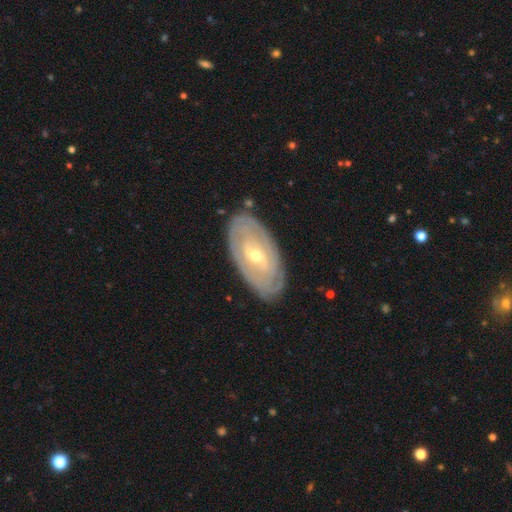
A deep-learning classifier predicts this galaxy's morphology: A featured or disk galaxy (78%) with a weak bar (46%), tight (81%) spiral arms (77%) and a moderate central bulge (49%).

Vote fractions:
- Smooth or featured? featured or disk: 78% / smooth: 17% / star or artifact: 5%
- Edge-on disk? no: 91% / yes: 9%
- Bar? weak: 46% / no: 33% / strong: 21%
- Spiral arms? yes: 77% / no: 23%
- Spiral winding? tight: 81% / medium: 14% / loose: 5%
- Spiral arm count? can't tell: 57% / 2: 21% / 3: 8% / 4: 6% / more than 4: 4% / 1: 4%
- Bulge size? moderate: 49% / small: 48% / large: 2% / none: 1% / dominant: 1%
- Merging? none: 84% / minor disturbance: 12% / major disturbance: 3% / merger: 1%